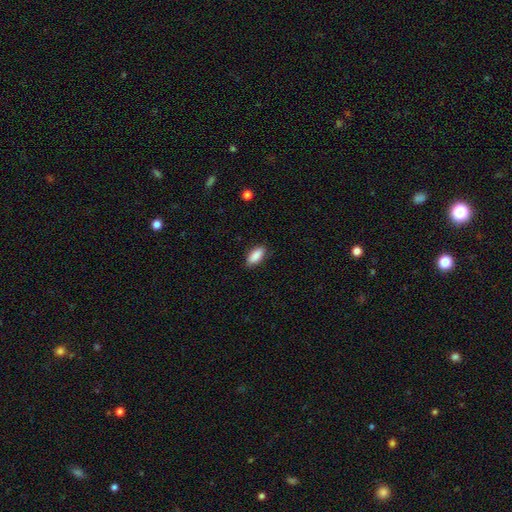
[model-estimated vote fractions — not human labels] smooth_or_featured: smooth (p=0.89) [alt: star or artifact p=0.07]
how_rounded: in between (p=0.86) [alt: cigar-shaped p=0.12]
merging: none (p=0.84) [alt: minor disturbance p=0.12]